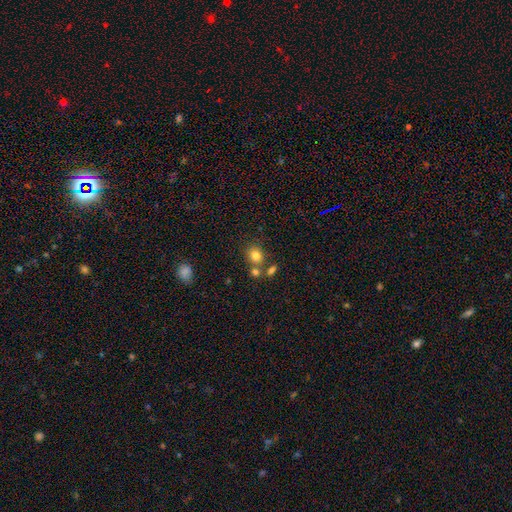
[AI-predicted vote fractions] The model was most divided on "how rounded": round: 66%, in between: 33%, cigar-shaped: 1%. More confident: smooth or featured — smooth (80%); merging — none (63%).